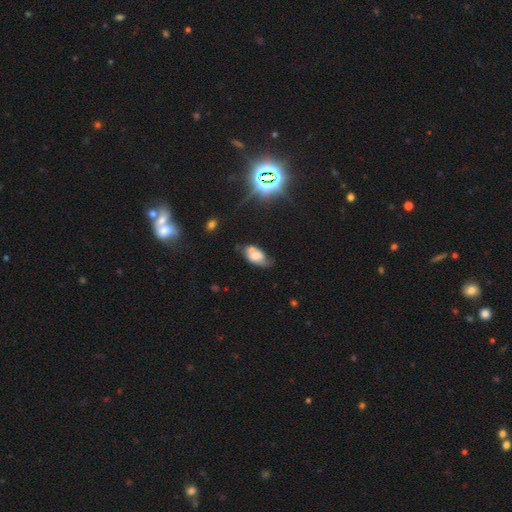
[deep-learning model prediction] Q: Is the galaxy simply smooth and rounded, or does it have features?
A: smooth — 47%.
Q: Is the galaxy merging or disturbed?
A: none — 38%.